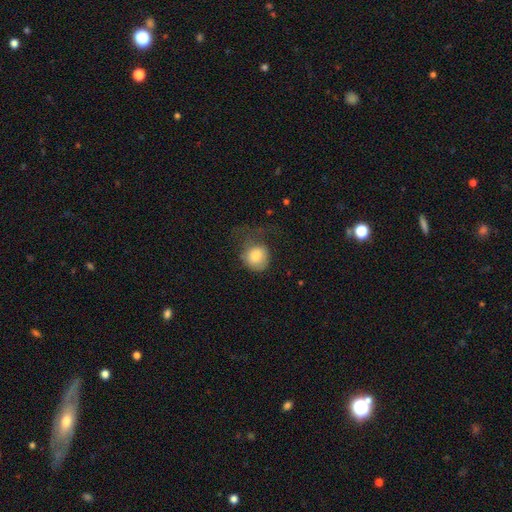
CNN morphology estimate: Smooth or featured? smooth (78%)
How rounded? round (76%)
Merging? major disturbance (41%)